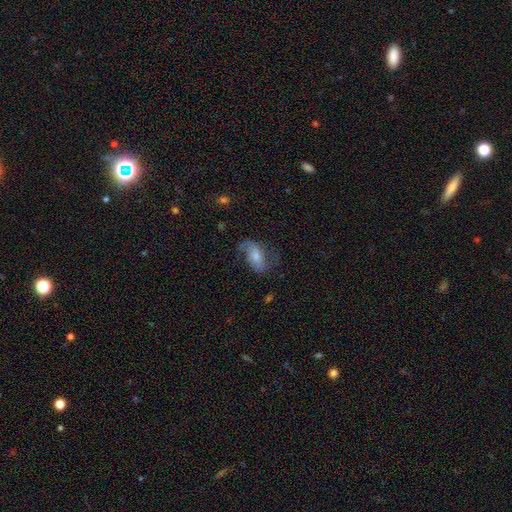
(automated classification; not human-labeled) Morphology: type=featured or disk (63%); edge-on=no (94%); bar=no (47%); spiral arms=yes (88%); winding=loose (51%); arm count=2 (82%); bulge=moderate (51%); merging=none (63%).